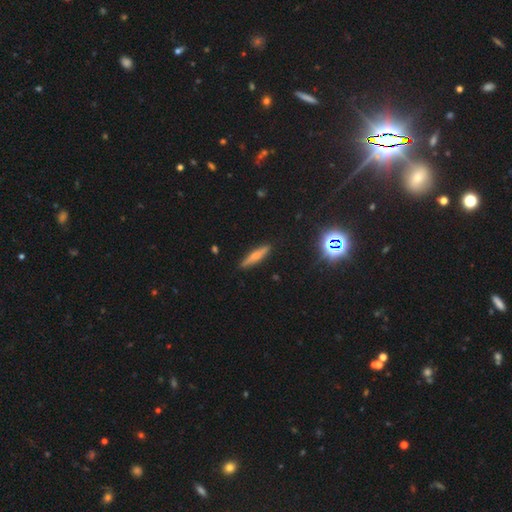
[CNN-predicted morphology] Smooth or featured?
  - smooth: 57% *
  - featured or disk: 33%
  - star or artifact: 10%
How rounded?
  - cigar-shaped: 86% *
  - in between: 12%
  - round: 2%
Merging?
  - none: 89% *
  - minor disturbance: 8%
  - major disturbance: 2%
  - merger: 1%